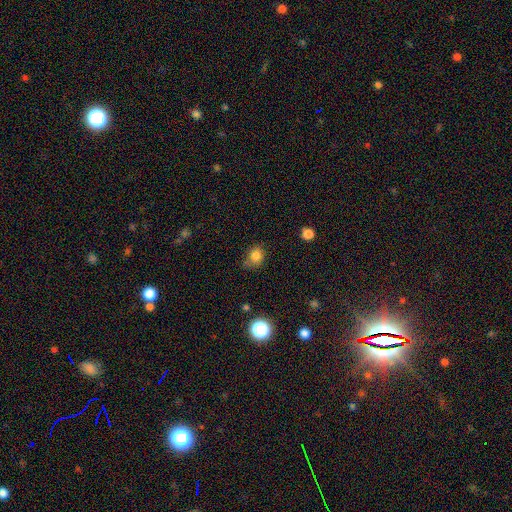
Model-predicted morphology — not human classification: type=smooth (82%); roundness=round (64%); merging=none (60%).